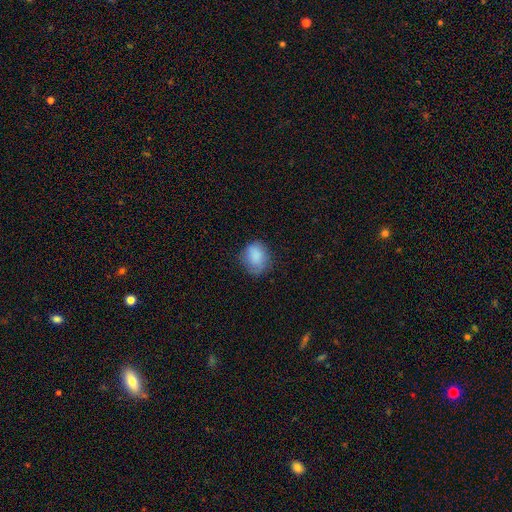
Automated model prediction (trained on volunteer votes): Smooth or featured: smooth — 85% (featured or disk — 8%)
How rounded: round — 54% (in between — 45%)
Merging: none — 67% (minor disturbance — 24%)